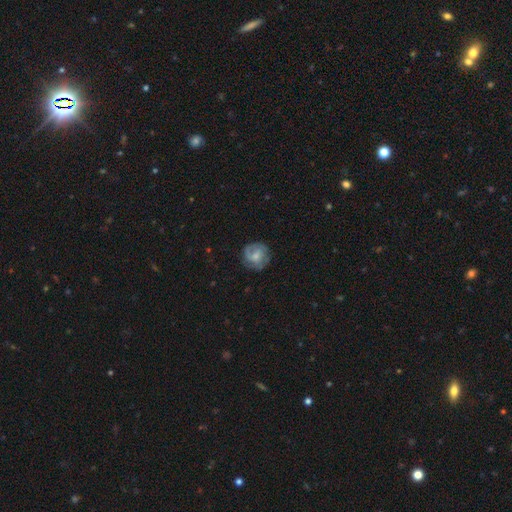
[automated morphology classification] smooth_or_featured: smooth (p=0.49) [alt: featured or disk p=0.44]
merging: none (p=0.71) [alt: minor disturbance p=0.19]